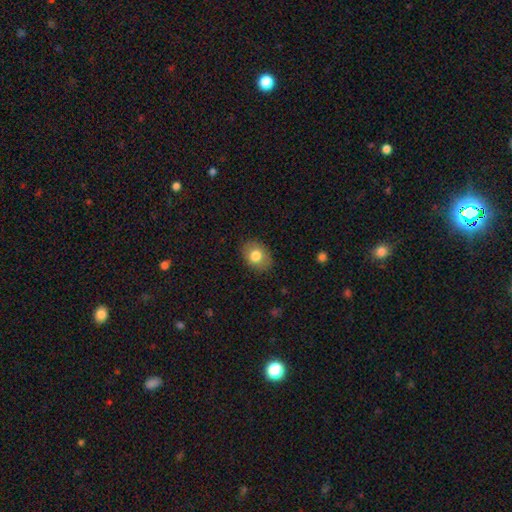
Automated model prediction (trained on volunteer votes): This appears to be a smooth galaxy with no disk features (78%) that is in between round and cigar-shaped (60%). Merging: none (85%).